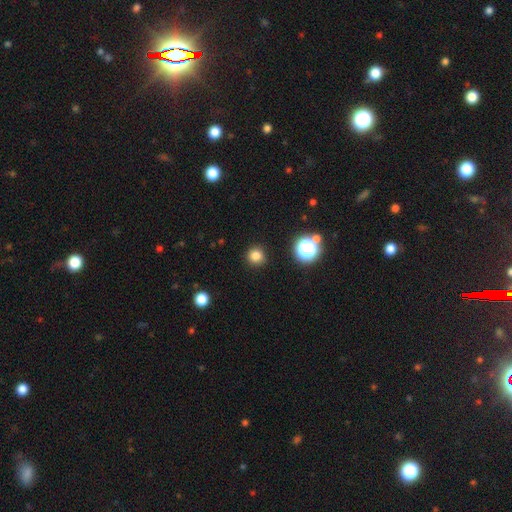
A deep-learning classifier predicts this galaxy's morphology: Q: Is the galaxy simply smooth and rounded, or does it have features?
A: smooth — 81%.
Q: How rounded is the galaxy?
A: round — 94%.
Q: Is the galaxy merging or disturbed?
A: none — 91%.